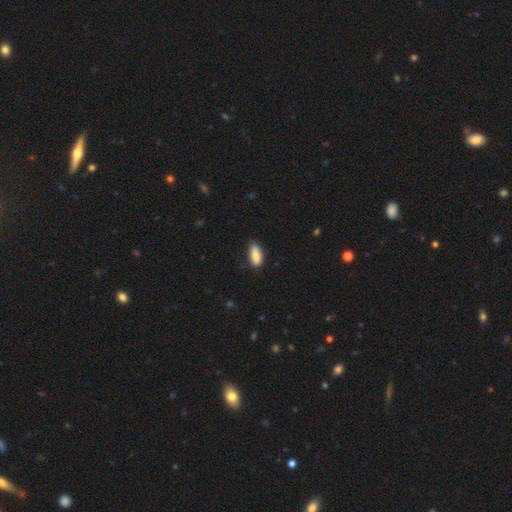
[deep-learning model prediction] Smooth or featured? Predicted: smooth (p=0.87). How rounded? Predicted: in between (p=0.81). Merging? Predicted: none (p=0.76).